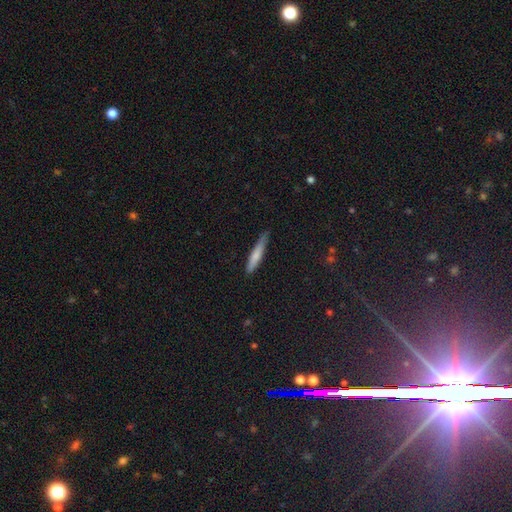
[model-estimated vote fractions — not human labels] A smooth galaxy with no disk features (72%) that is cigar-shaped (93%).

Vote fractions:
- Smooth or featured? smooth: 72% / featured or disk: 22% / star or artifact: 6%
- How rounded? cigar-shaped: 93% / in between: 6% / round: 1%
- Merging? none: 76% / minor disturbance: 20% / major disturbance: 3% / merger: 1%